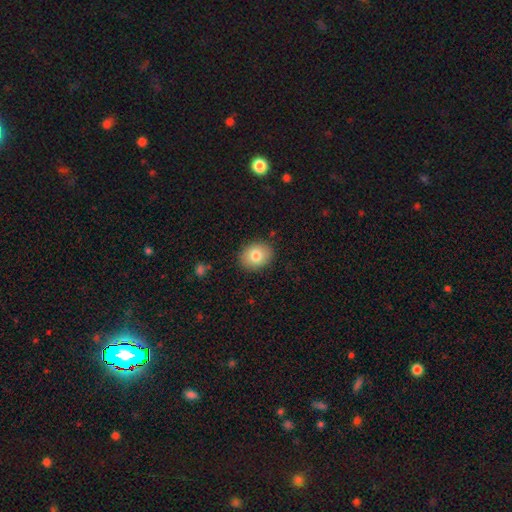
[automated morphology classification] Q: Smooth or featured?
A: smooth (80%); runner-up: featured or disk (12%)
Q: How rounded?
A: in between (50%); runner-up: round (49%)
Q: Merging?
A: none (88%); runner-up: minor disturbance (9%)